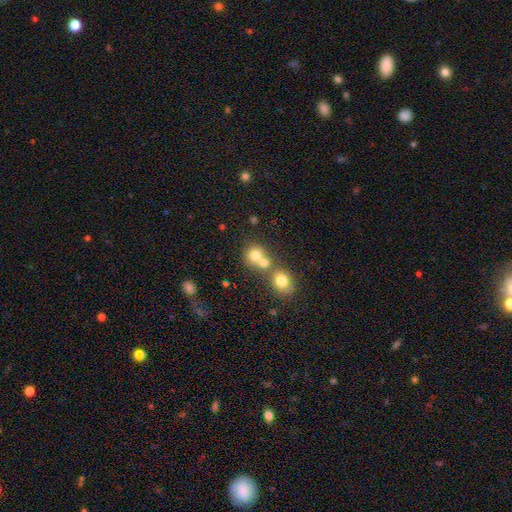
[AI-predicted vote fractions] Smooth or featured? Predicted: smooth (p=0.74). How rounded? Predicted: round (p=0.83). Merging? Predicted: merger (p=0.49).